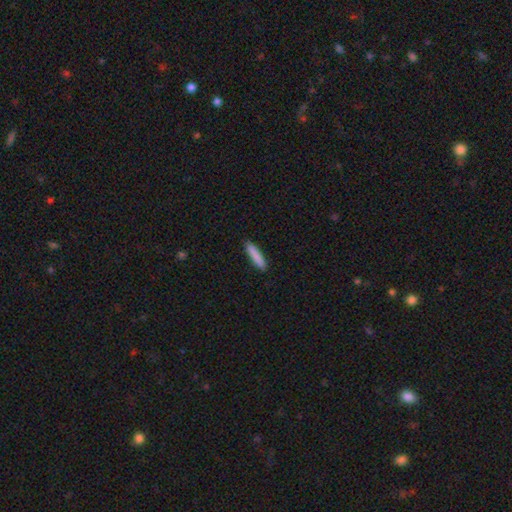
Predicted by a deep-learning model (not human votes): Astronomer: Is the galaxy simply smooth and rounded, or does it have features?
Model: smooth — 86%.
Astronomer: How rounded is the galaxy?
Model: cigar-shaped — 86%.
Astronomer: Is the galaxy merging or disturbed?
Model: none — 89%.